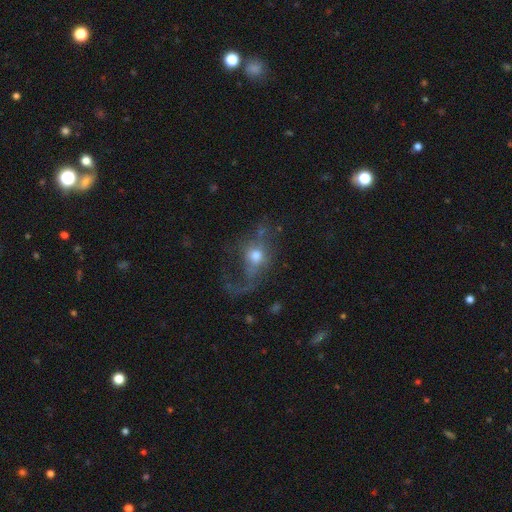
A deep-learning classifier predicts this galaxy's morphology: The model was most divided on "smooth or featured": featured or disk: 49%, smooth: 39%, star or artifact: 12%. Remaining: merging — major disturbance (49%).